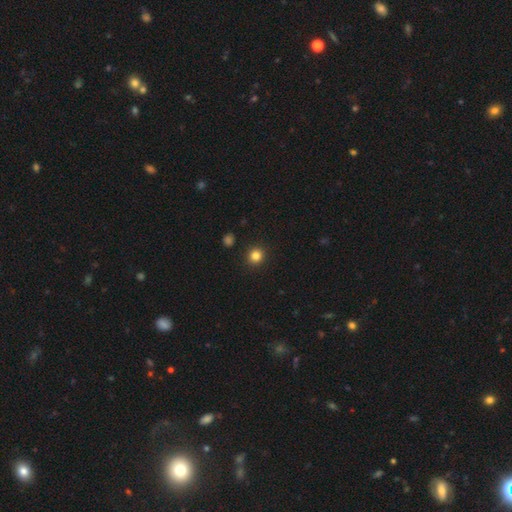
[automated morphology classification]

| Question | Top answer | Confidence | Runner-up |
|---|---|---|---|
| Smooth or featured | smooth | 83% | star or artifact (12%) |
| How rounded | round | 91% | in between (8%) |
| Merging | none | 92% | minor disturbance (5%) |